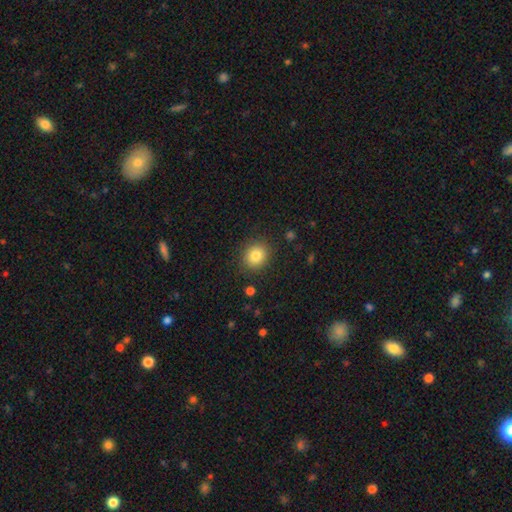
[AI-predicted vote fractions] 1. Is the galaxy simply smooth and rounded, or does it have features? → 83% smooth, 10% star or artifact, 7% featured or disk.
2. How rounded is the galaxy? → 74% round, 25% in between, 1% cigar-shaped.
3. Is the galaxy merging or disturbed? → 88% none, 8% minor disturbance, 3% major disturbance, 1% merger.